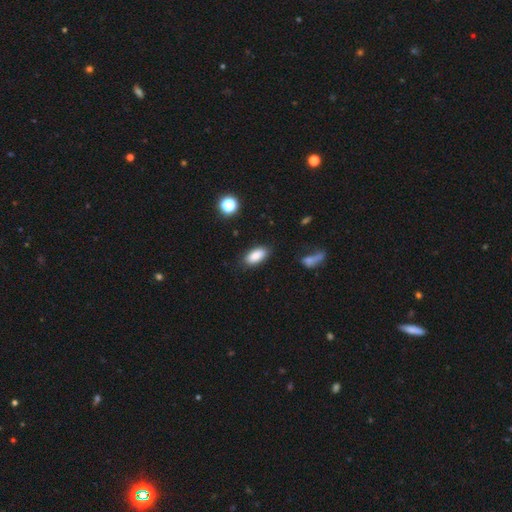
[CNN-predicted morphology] type=smooth (87%); roundness=in between (90%); merging=none (83%).